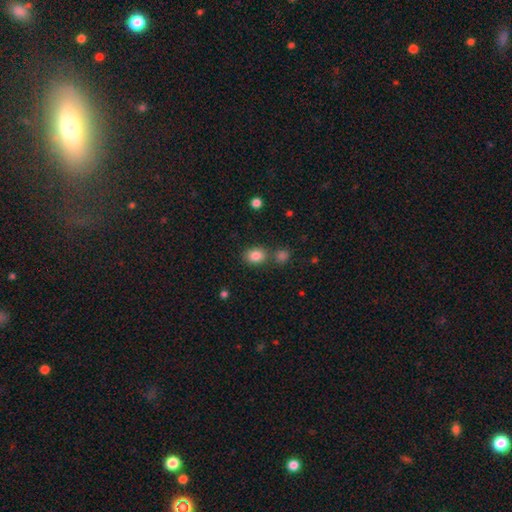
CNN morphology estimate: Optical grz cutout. It shows a smooth galaxy with no disk features (84%) that is in between round and cigar-shaped (53%). Merging: none (71%).